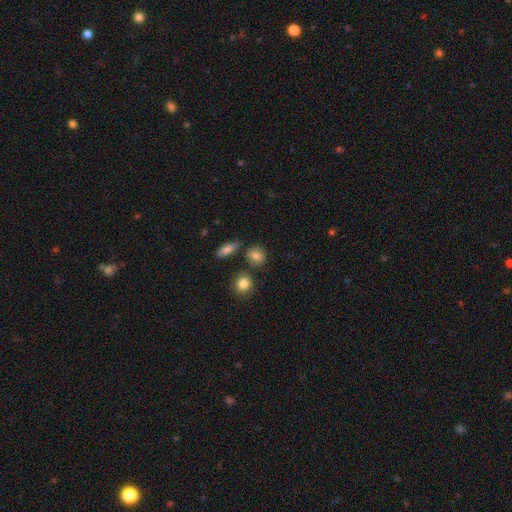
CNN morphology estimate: Overall: smooth (82%). How rounded: round (72%). Merging: none (75%).